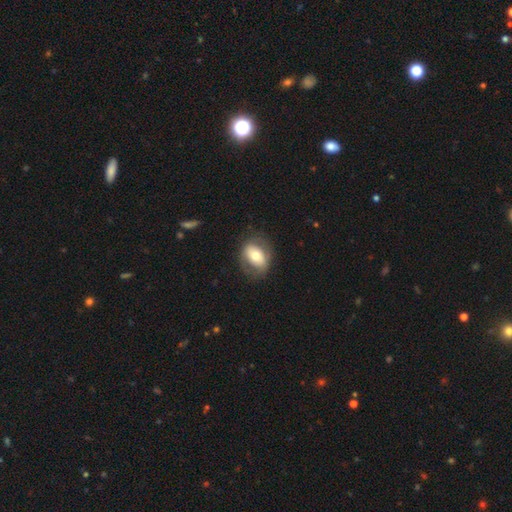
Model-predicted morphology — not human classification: Smooth or featured?
  - smooth: 59% *
  - featured or disk: 34%
  - star or artifact: 7%
How rounded?
  - in between: 73% *
  - round: 25%
  - cigar-shaped: 2%
Merging?
  - none: 75% *
  - minor disturbance: 16%
  - major disturbance: 8%
  - merger: 1%